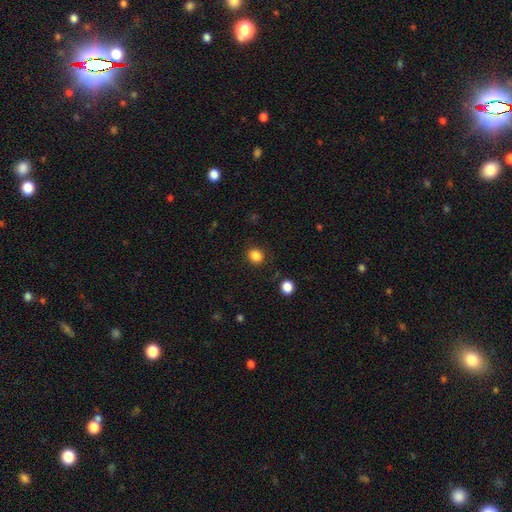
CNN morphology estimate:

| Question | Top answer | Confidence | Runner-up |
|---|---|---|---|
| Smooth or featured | smooth | 85% | star or artifact (11%) |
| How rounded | round | 72% | in between (27%) |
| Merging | none | 86% | minor disturbance (10%) |